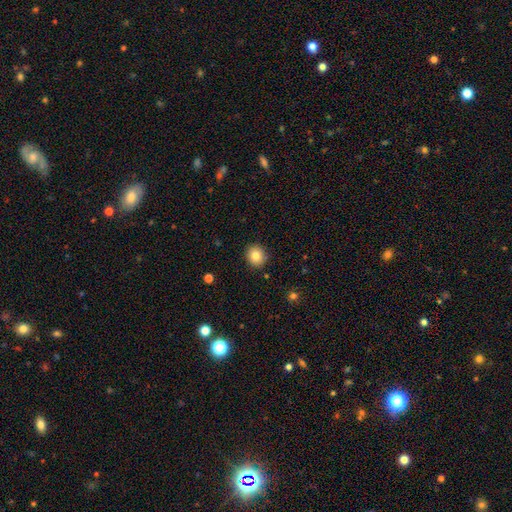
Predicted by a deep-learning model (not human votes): smooth 82%, star or artifact 10%, featured or disk 8%. Down the decision tree: how rounded — round (84%); merging — none (90%).